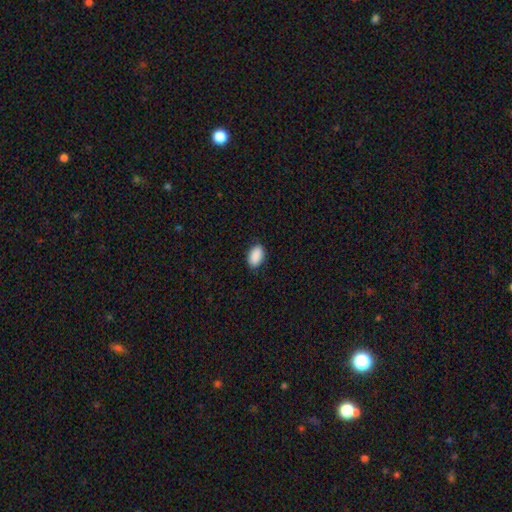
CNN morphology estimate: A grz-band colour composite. It shows a smooth galaxy with no disk features (91%) that is in between round and cigar-shaped (92%). Merging: none (87%).